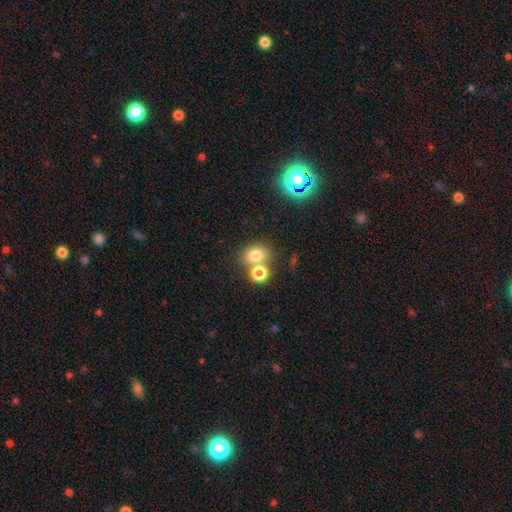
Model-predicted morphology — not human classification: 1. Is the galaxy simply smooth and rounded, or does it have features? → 75% smooth, 16% star or artifact, 9% featured or disk.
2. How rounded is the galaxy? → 64% round, 35% in between, 1% cigar-shaped.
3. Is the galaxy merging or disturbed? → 56% none, 31% merger, 9% minor disturbance, 4% major disturbance.